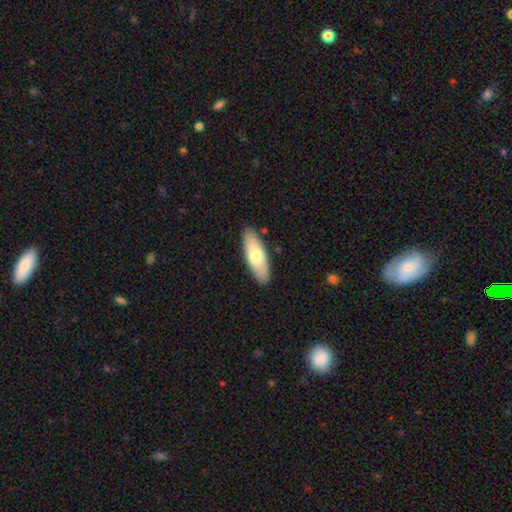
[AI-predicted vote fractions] Smooth or featured?
  - smooth: 70% *
  - featured or disk: 25%
  - star or artifact: 5%
How rounded?
  - in between: 63% *
  - cigar-shaped: 35%
  - round: 2%
Merging?
  - none: 88% *
  - minor disturbance: 8%
  - major disturbance: 2%
  - merger: 1%